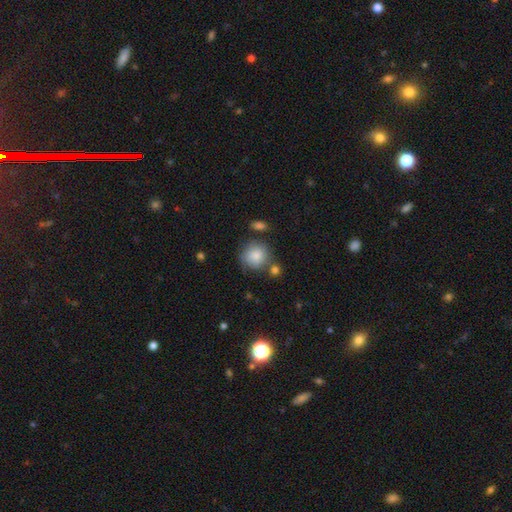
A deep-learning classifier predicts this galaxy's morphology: Q: Smooth or featured?
A: smooth (84%); runner-up: featured or disk (8%)
Q: How rounded?
A: round (87%); runner-up: in between (12%)
Q: Merging?
A: none (66%); runner-up: minor disturbance (17%)